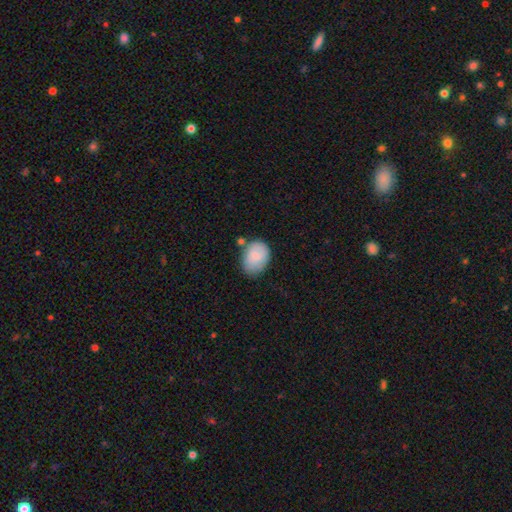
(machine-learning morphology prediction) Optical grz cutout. It shows a smooth galaxy with no disk features (82%) that is in between round and cigar-shaped (77%). Merging: none (60%).